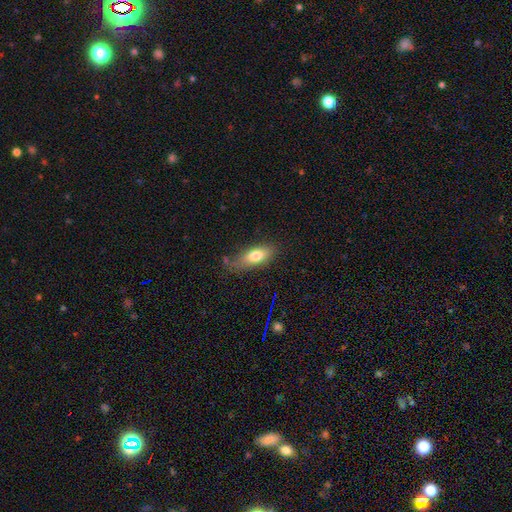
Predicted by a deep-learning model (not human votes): smooth 73%, featured or disk 19%, star or artifact 8%. Down the decision tree: how rounded — in between (75%); merging — none (64%).